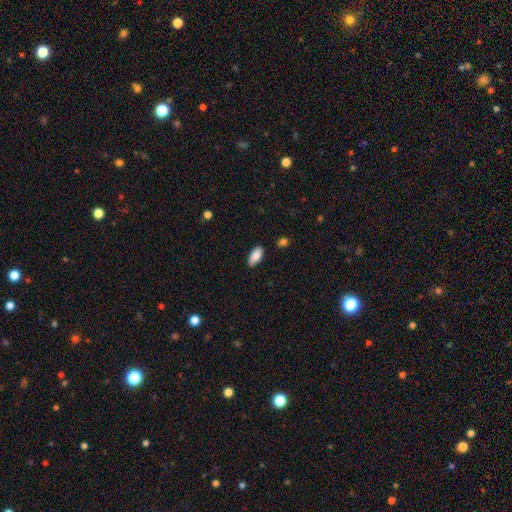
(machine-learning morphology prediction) The model was most divided on "merging": none: 85%, minor disturbance: 11%, major disturbance: 2%, merger: 1%. More confident: how rounded — in between (90%); smooth or featured — smooth (85%).